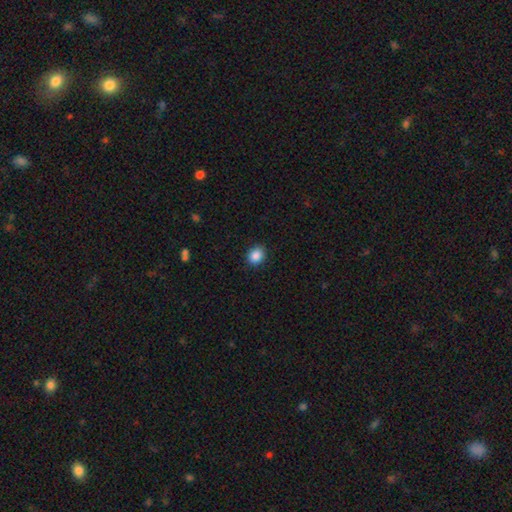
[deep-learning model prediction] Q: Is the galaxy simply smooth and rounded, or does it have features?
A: smooth — 88%.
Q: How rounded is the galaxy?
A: round — 60%.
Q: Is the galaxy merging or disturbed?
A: none — 89%.